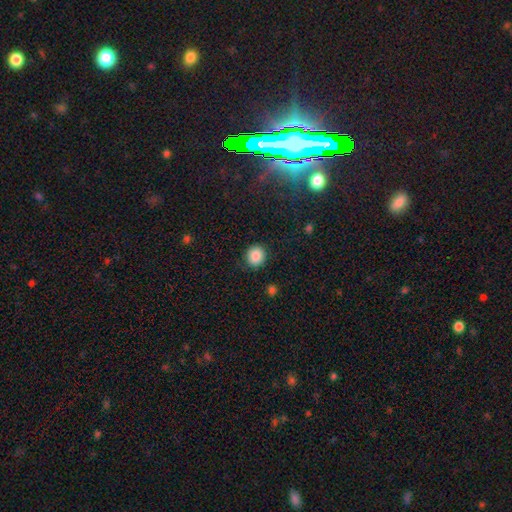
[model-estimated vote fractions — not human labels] A smooth galaxy with no disk features (87%) that is round (85%).

Vote fractions:
- Smooth or featured? smooth: 87% / star or artifact: 9% / featured or disk: 4%
- How rounded? round: 85% / in between: 14% / cigar-shaped: 1%
- Merging? none: 89% / minor disturbance: 7% / major disturbance: 3% / merger: 1%